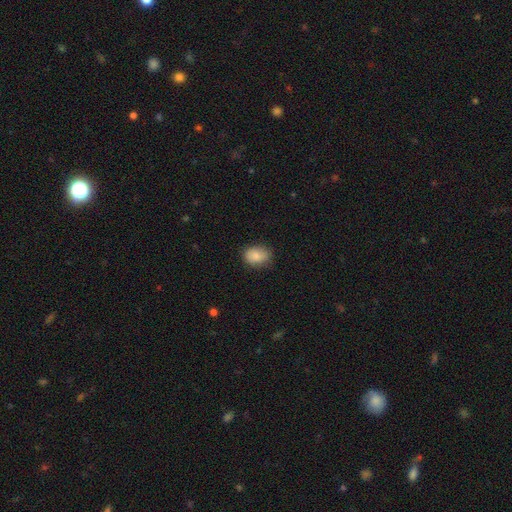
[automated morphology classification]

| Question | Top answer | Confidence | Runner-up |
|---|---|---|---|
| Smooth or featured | smooth | 86% | star or artifact (8%) |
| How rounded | in between | 69% | round (29%) |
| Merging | none | 79% | minor disturbance (16%) |